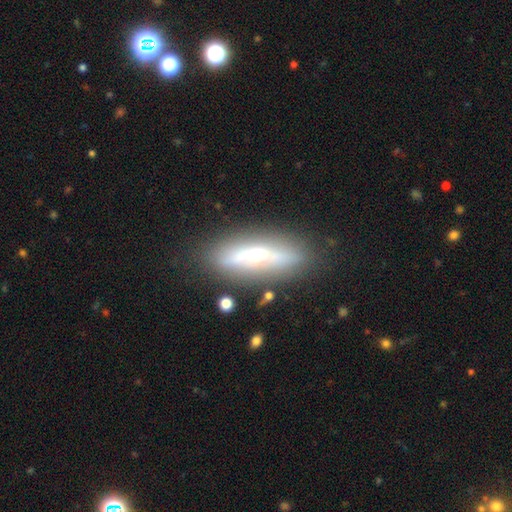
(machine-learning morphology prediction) smooth_or_featured: featured or disk (p=0.58) [alt: smooth p=0.34]
disk_edge_on: yes (p=0.74) [alt: no p=0.26]
merging: none (p=0.78) [alt: minor disturbance p=0.14]